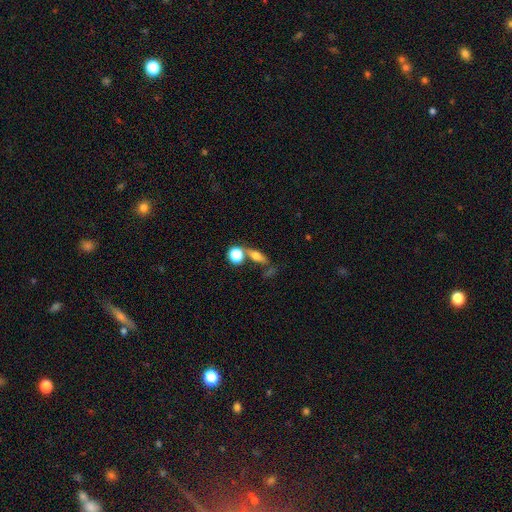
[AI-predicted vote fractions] Q: Smooth or featured?
A: smooth (59%); runner-up: featured or disk (27%)
Q: How rounded?
A: in between (50%); runner-up: cigar-shaped (27%)
Q: Merging?
A: none (51%); runner-up: merger (24%)